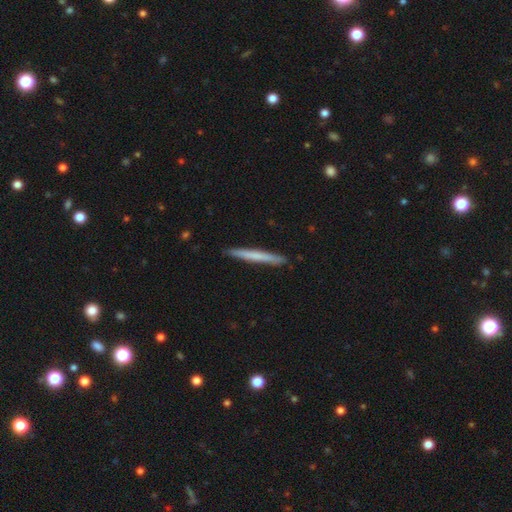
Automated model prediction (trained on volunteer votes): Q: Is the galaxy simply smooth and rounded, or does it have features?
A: smooth — 62%.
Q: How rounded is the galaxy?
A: cigar-shaped — 97%.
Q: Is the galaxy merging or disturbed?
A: none — 91%.